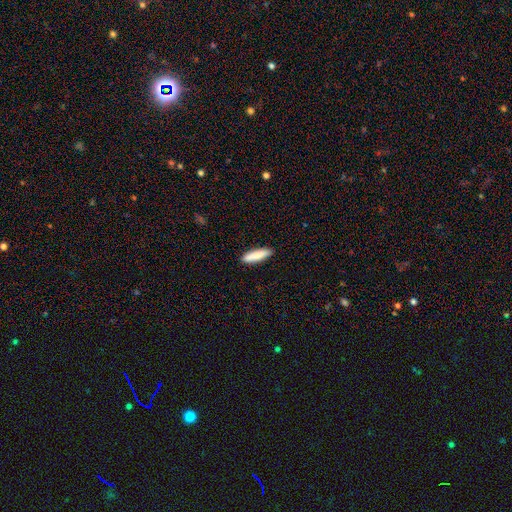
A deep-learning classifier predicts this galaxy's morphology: This appears to be a smooth galaxy with no disk features (86%) that is cigar-shaped (76%). Merging: none (89%).